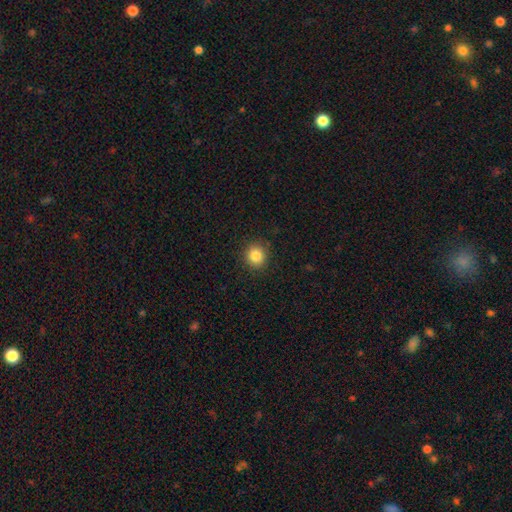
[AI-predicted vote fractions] smooth 83%, star or artifact 11%, featured or disk 6%. Down the decision tree: how rounded — round (89%); merging — none (90%).